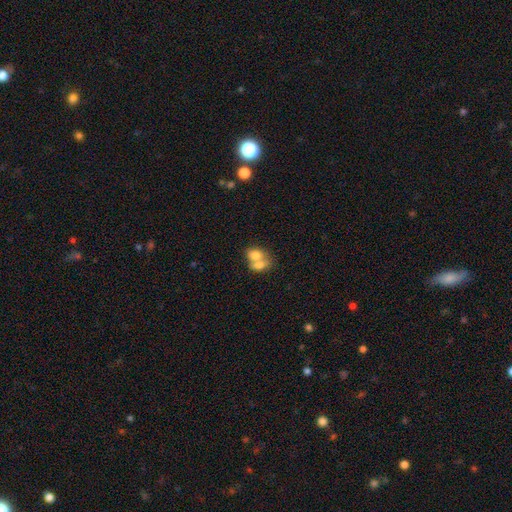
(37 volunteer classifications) smooth 92%, star or artifact 5%, featured or disk 3%. Down the decision tree: how rounded — in between (65%); merging — merger (69%).